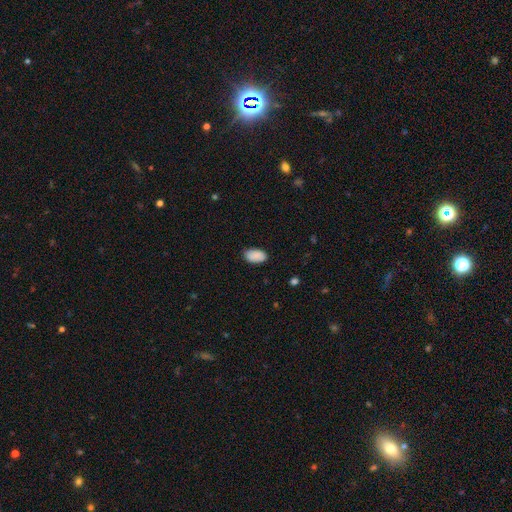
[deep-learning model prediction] This is clearly a smooth galaxy (90%). How rounded: clearly in between (95%). Merging: clearly none (82%).